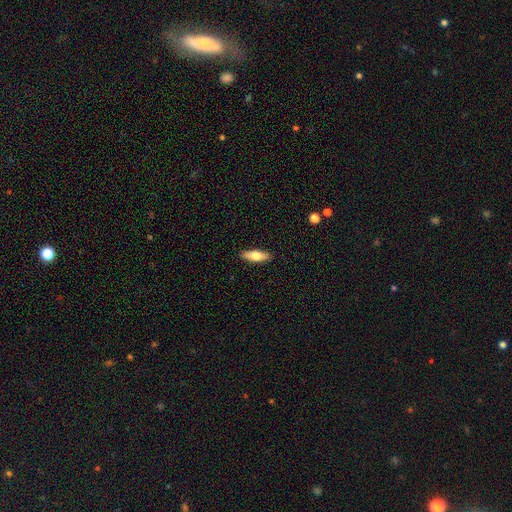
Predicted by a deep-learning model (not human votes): Smooth or featured? smooth (65%)
How rounded? in between (58%)
Merging? none (90%)